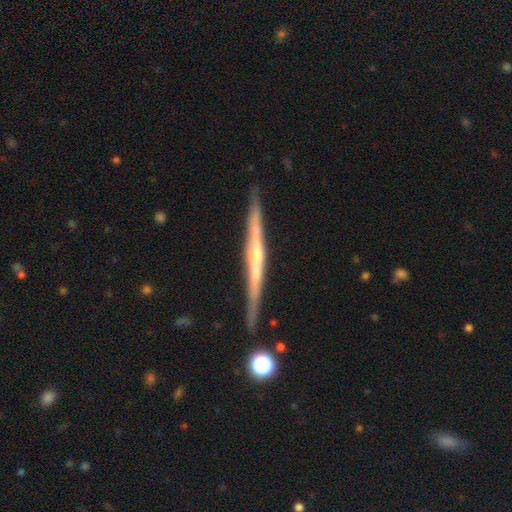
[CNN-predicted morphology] This appears to be a featured or disk galaxy (78%) viewed edge-on (98%) with a rounded central bulge (58%). Merging: none (86%).